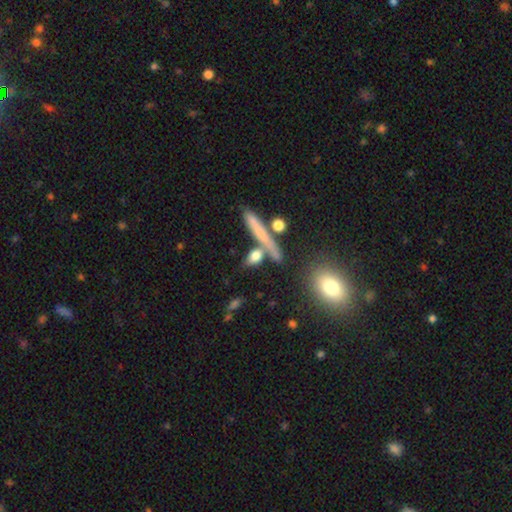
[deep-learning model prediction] Smooth or featured?
  - smooth: 69% *
  - featured or disk: 21%
  - star or artifact: 10%
How rounded?
  - cigar-shaped: 49% *
  - in between: 32%
  - round: 19%
Merging?
  - none: 61% *
  - merger: 20%
  - minor disturbance: 13%
  - major disturbance: 6%